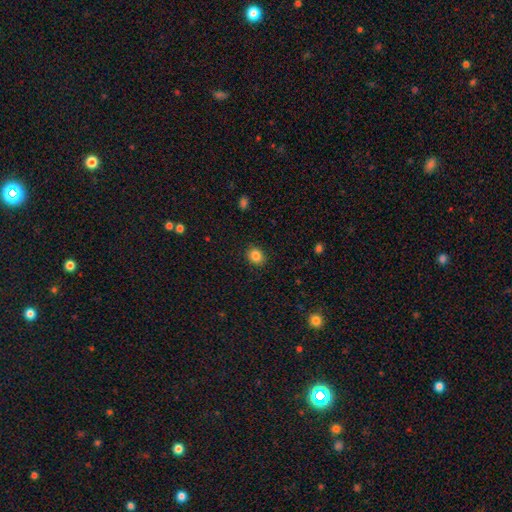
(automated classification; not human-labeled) Smooth or featured: smooth — 85% (star or artifact — 10%)
How rounded: round — 67% (in between — 32%)
Merging: none — 90% (minor disturbance — 7%)